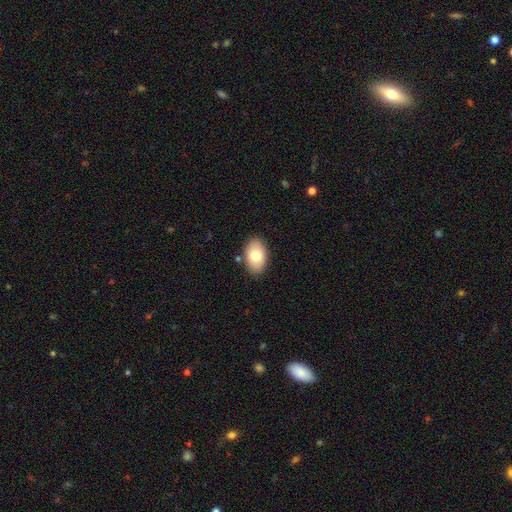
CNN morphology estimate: Smooth or featured? Predicted: smooth (p=0.78). How rounded? Predicted: in between (p=0.92). Merging? Predicted: none (p=0.86).